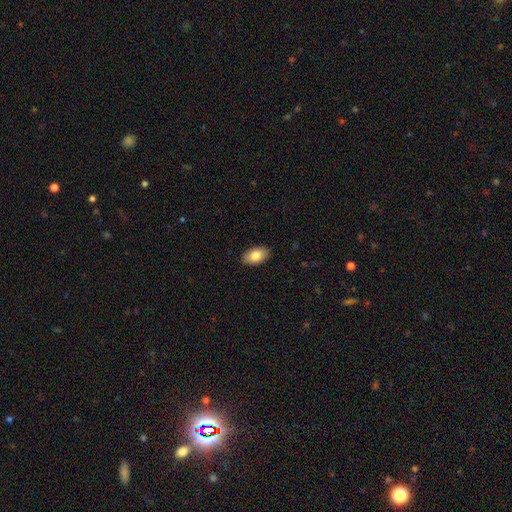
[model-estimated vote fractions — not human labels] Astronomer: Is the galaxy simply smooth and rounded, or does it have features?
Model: smooth — 81%.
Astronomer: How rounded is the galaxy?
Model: in between — 93%.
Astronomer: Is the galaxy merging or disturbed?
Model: none — 89%.